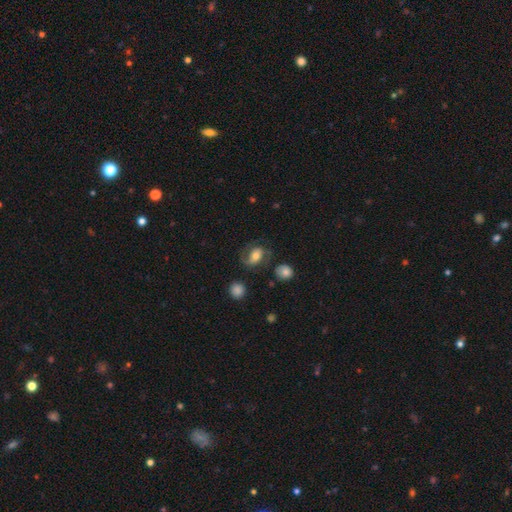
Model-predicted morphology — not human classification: This is possibly a featured or disk galaxy (54%). It is clearly not viewed edge-on (95%). Bar: marginally no (44%). Spiral arm pattern: clearly yes (82%). Central bulge: likely moderate (60%). Merging: likely none (62%).